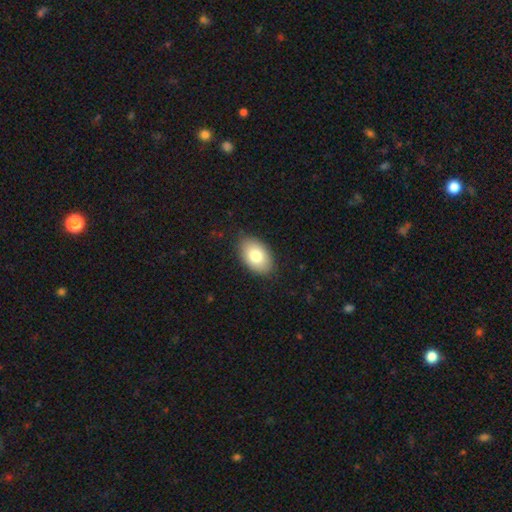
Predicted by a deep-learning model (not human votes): Smooth or featured? smooth (79%)
How rounded? in between (90%)
Merging? none (84%)